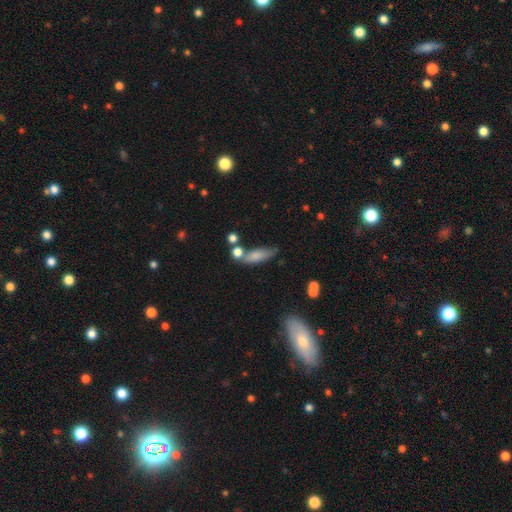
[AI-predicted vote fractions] This is likely a smooth galaxy (75%). How rounded: possibly in between (53%). Merging: possibly none (53%).